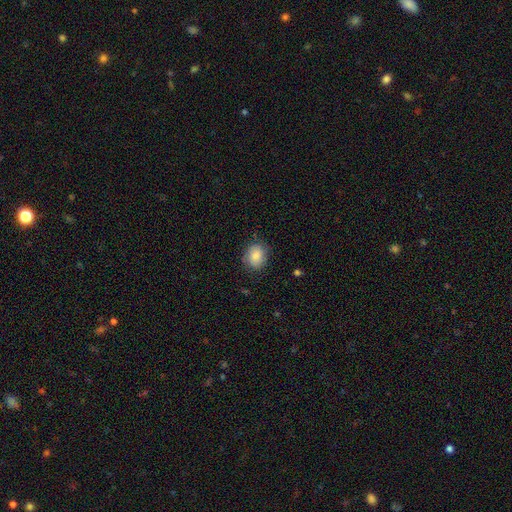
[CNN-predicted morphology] The model was most divided on "how rounded": round: 59%, in between: 40%, cigar-shaped: 1%. More confident: smooth or featured — smooth (84%); merging — none (81%).